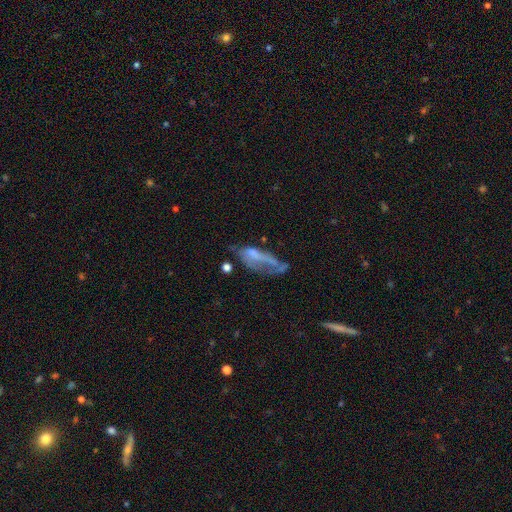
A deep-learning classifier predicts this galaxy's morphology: This appears to be a featured or disk galaxy (45%). Merging: major disturbance (42%).